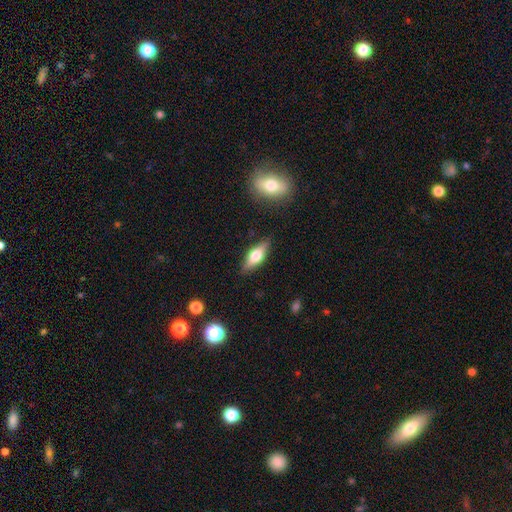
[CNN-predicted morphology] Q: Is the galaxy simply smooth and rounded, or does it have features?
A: smooth — 53%.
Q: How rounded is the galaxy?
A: in between — 63%.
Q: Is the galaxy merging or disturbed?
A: none — 85%.